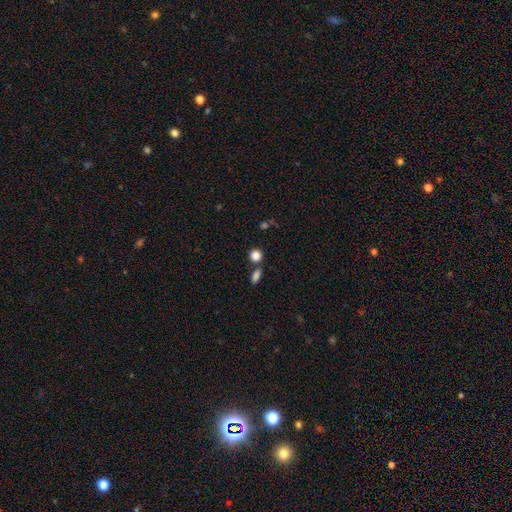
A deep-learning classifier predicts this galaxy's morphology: The model was most divided on "merging": none: 67%, merger: 20%, minor disturbance: 9%, major disturbance: 4%. More confident: smooth or featured — smooth (85%); how rounded — round (79%).